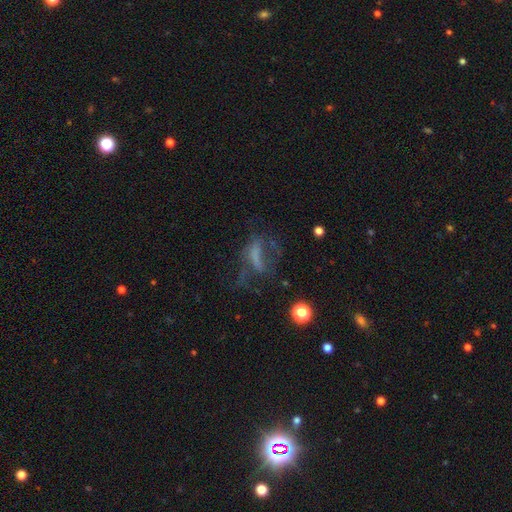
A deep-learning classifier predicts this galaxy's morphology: smooth-or-featured: featured or disk: 42% | smooth: 36% | star or artifact: 22%
  merging: major disturbance: 42% | none: 35% | minor disturbance: 18% | merger: 5%